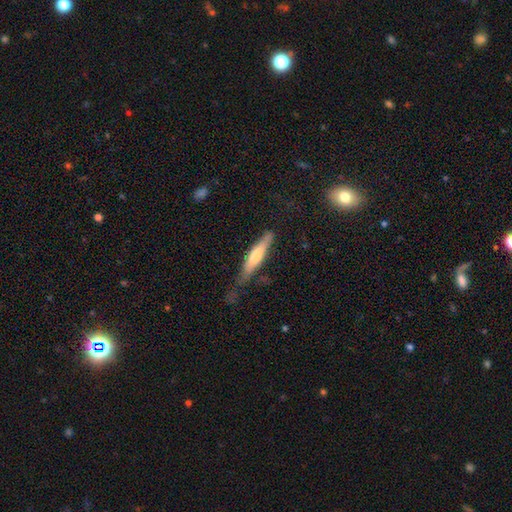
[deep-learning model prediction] smooth-or-featured: smooth: 61% | featured or disk: 34% | star or artifact: 5%
  how-rounded: cigar-shaped: 85% | in between: 14% | round: 2%
  merging: none: 61% | minor disturbance: 28% | major disturbance: 9% | merger: 3%